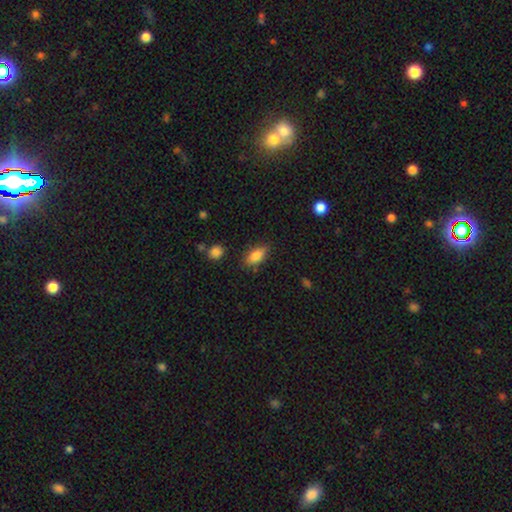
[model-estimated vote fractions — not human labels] Smooth or featured? smooth (81%)
How rounded? in between (84%)
Merging? none (80%)